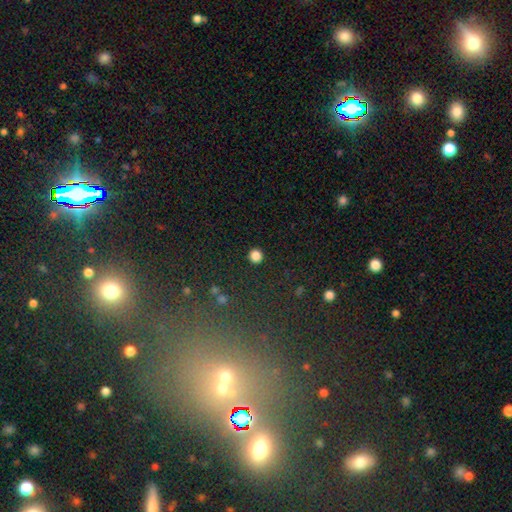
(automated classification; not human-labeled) Smooth or featured: smooth — 83% (star or artifact — 13%)
How rounded: round — 92% (in between — 7%)
Merging: none — 92% (minor disturbance — 5%)